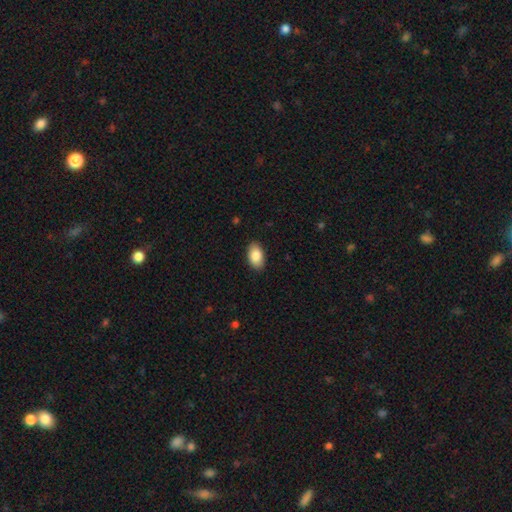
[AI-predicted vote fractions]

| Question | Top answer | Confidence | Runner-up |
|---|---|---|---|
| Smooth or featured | smooth | 87% | star or artifact (7%) |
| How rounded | in between | 93% | round (6%) |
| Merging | none | 88% | minor disturbance (9%) |